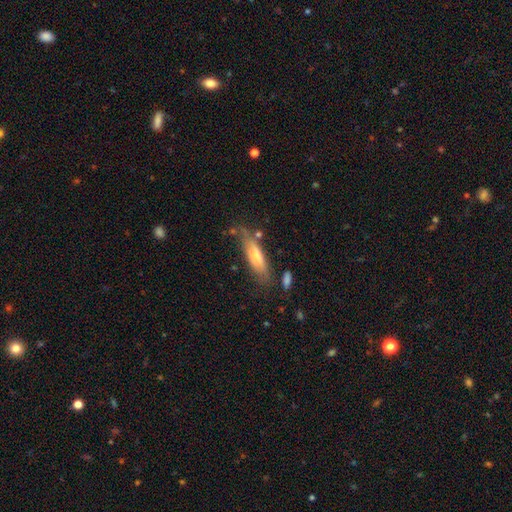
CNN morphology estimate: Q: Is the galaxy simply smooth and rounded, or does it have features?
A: smooth — 61%.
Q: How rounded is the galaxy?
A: cigar-shaped — 60%.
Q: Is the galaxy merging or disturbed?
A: none — 62%.